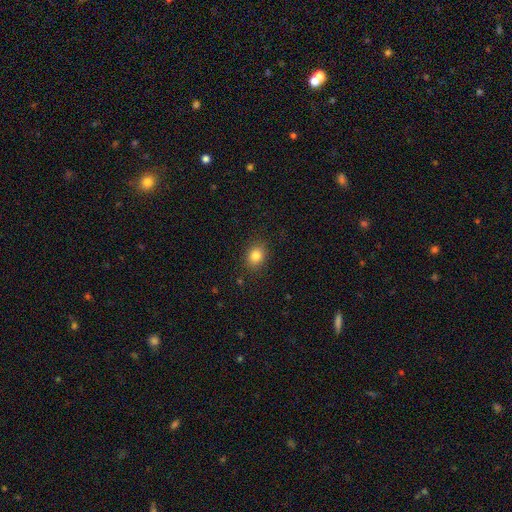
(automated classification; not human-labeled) This appears to be a smooth galaxy with no disk features (83%) that is round (51%). Merging: none (87%).